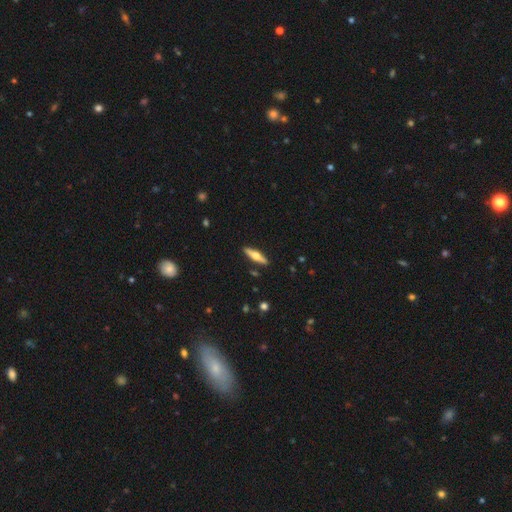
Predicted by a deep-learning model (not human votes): smooth_or_featured: featured or disk (p=0.62) [alt: smooth p=0.33]
disk_edge_on: yes (p=0.95) [alt: no p=0.05]
edge_on_bulge: rounded (p=0.95) [alt: boxy p=0.03]
merging: none (p=0.90) [alt: minor disturbance p=0.07]